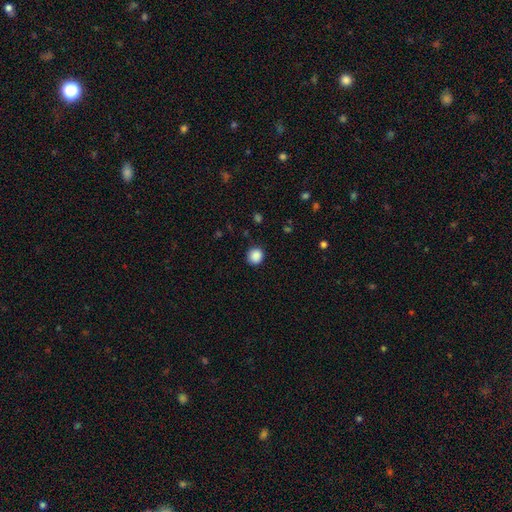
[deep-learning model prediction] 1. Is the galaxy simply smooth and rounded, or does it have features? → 88% smooth, 9% star or artifact, 3% featured or disk.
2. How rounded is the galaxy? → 90% round, 9% in between, 1% cigar-shaped.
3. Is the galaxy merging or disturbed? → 88% none, 8% minor disturbance, 2% major disturbance, 1% merger.